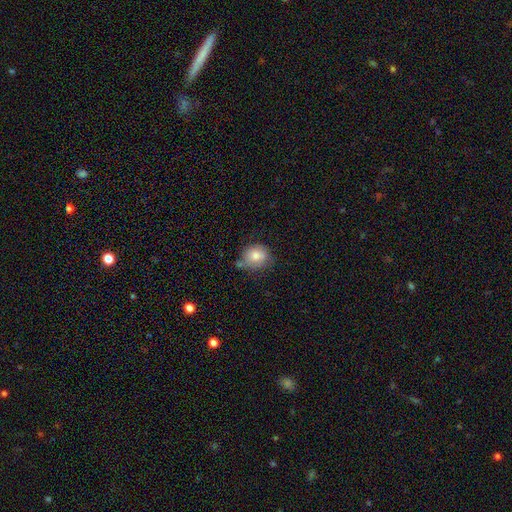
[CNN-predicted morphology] This appears to be a smooth galaxy with no disk features (78%) that is round (76%). Merging: none (63%).